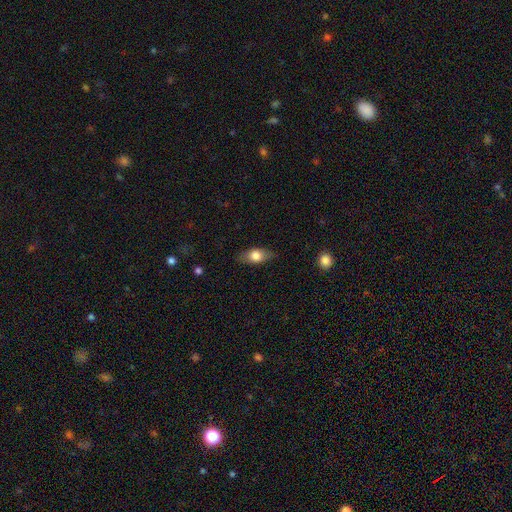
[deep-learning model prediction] Overall: smooth (72%). How rounded: in between (83%). Merging: none (82%).